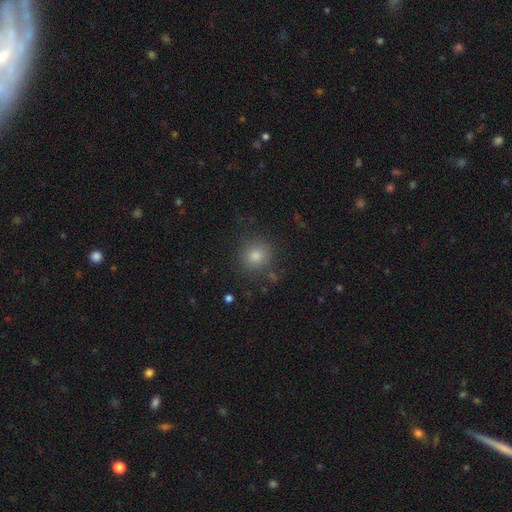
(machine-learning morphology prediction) smooth_or_featured: smooth (p=0.78) [alt: star or artifact p=0.15]
how_rounded: round (p=0.89) [alt: in between p=0.10]
merging: none (p=0.85) [alt: minor disturbance p=0.09]